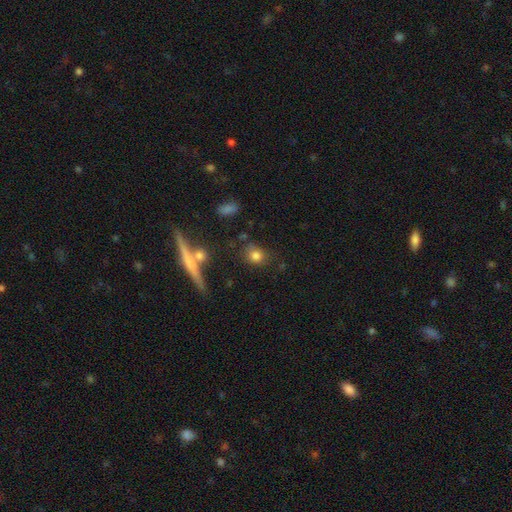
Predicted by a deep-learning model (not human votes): Smooth or featured?
  - smooth: 79% *
  - star or artifact: 12%
  - featured or disk: 9%
How rounded?
  - round: 72% *
  - in between: 25%
  - cigar-shaped: 3%
Merging?
  - none: 70% *
  - minor disturbance: 16%
  - merger: 8%
  - major disturbance: 6%